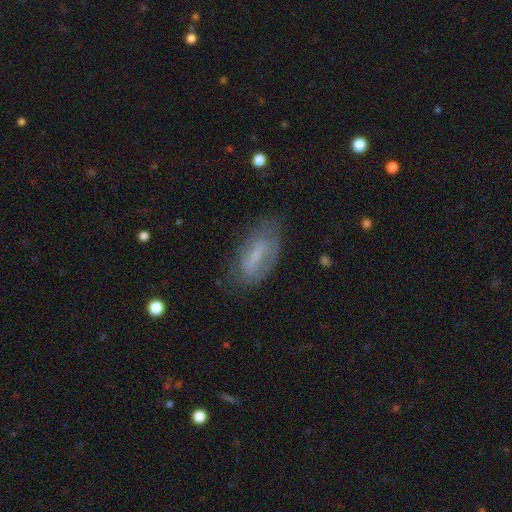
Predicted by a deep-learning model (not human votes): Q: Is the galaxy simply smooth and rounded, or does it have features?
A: smooth — 50%.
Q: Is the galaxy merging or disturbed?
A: none — 67%.